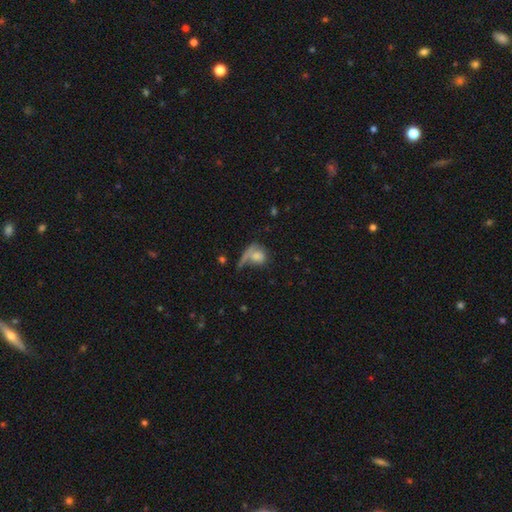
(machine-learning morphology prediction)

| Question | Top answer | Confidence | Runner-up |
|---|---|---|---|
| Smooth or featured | smooth | 69% | featured or disk (21%) |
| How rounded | round | 64% | in between (31%) |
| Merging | none | 41% | merger (23%) |